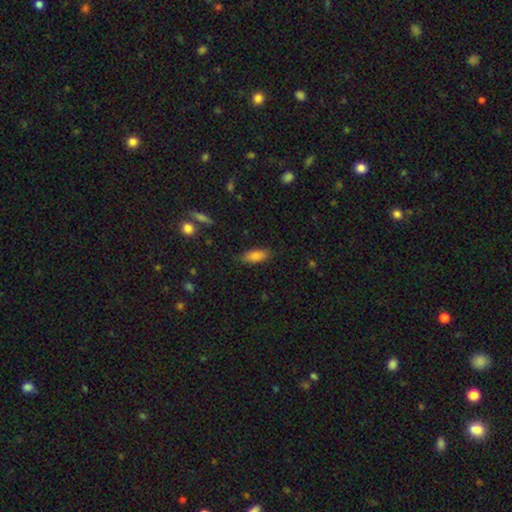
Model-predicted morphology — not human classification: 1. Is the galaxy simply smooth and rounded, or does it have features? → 80% smooth, 12% featured or disk, 8% star or artifact.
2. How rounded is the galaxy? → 76% in between, 21% cigar-shaped, 3% round.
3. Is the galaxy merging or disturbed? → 82% none, 14% minor disturbance, 3% major disturbance, 2% merger.